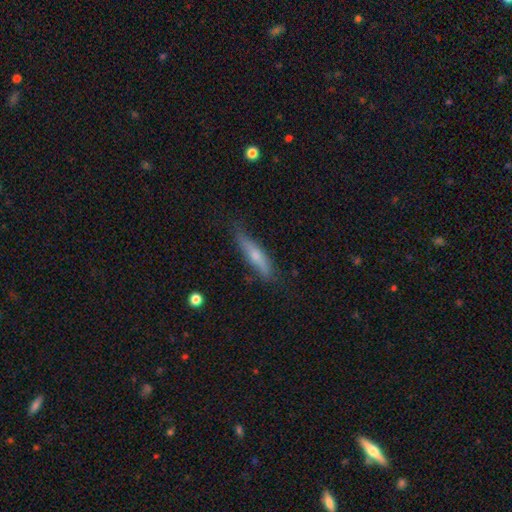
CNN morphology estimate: Smooth or featured? Predicted: smooth (p=0.49). Merging? Predicted: none (p=0.75).